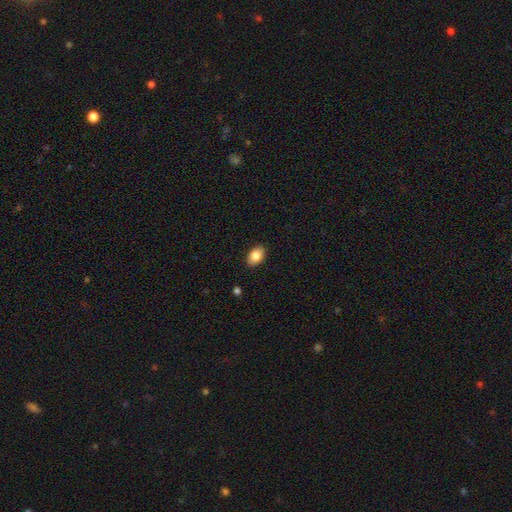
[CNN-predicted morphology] A smooth galaxy with no disk features (85%) that is in between round and cigar-shaped (88%).

Vote fractions:
- Smooth or featured? smooth: 85% / featured or disk: 8% / star or artifact: 8%
- How rounded? in between: 88% / round: 11% / cigar-shaped: 1%
- Merging? none: 89% / minor disturbance: 8% / major disturbance: 2% / merger: 1%